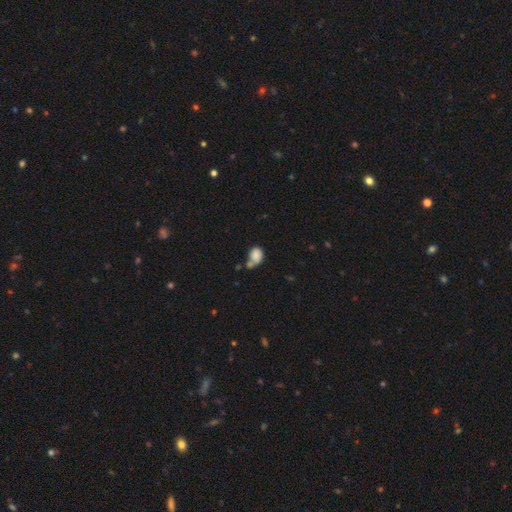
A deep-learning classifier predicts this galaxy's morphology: A smooth galaxy with no disk features (82%) that is in between round and cigar-shaped (62%). Merging: merger (36%).